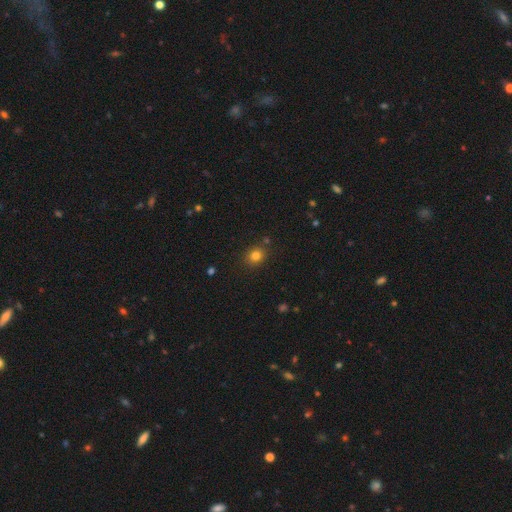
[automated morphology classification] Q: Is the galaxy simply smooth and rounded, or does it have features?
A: smooth — 79%.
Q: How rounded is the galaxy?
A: round — 71%.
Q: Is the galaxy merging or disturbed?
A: none — 83%.